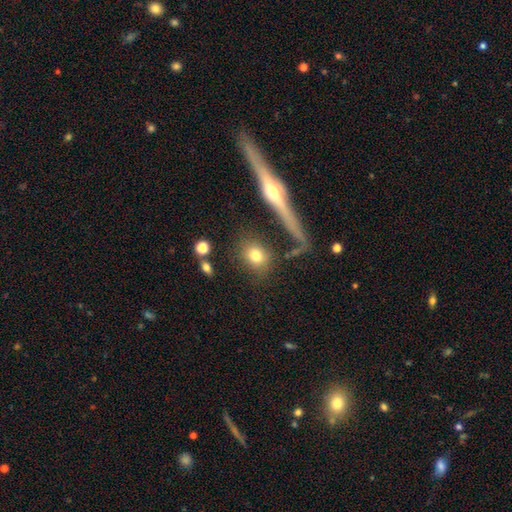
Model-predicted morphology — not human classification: A smooth galaxy with no disk features (77%) that is round (66%).

Vote fractions:
- Smooth or featured? smooth: 77% / featured or disk: 13% / star or artifact: 10%
- How rounded? round: 66% / in between: 28% / cigar-shaped: 6%
- Merging? none: 80% / minor disturbance: 10% / merger: 6% / major disturbance: 4%